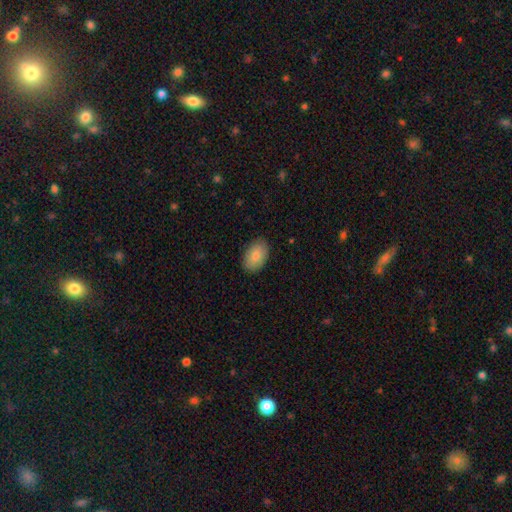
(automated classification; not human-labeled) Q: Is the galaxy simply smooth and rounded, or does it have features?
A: smooth — 87%.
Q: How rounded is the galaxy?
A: in between — 91%.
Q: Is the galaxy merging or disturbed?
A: none — 87%.